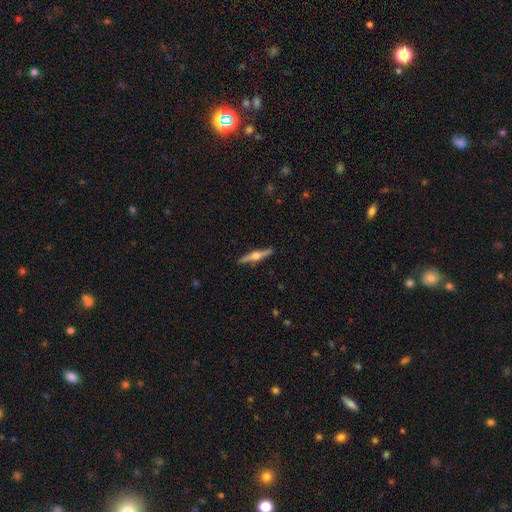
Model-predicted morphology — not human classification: Smooth or featured?
  - featured or disk: 75% *
  - smooth: 20%
  - star or artifact: 6%
Edge-on disk?
  - yes: 98% *
  - no: 2%
Edge-on bulge?
  - rounded: 91% *
  - boxy: 6%
  - none: 2%
Merging?
  - none: 91% *
  - minor disturbance: 7%
  - major disturbance: 1%
  - merger: 1%